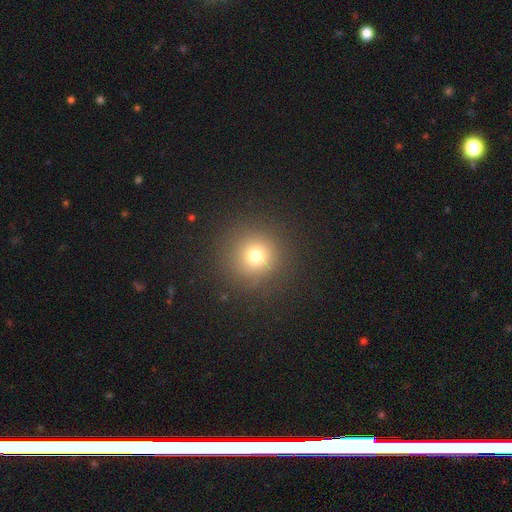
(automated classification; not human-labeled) smooth-or-featured: smooth: 74% | star or artifact: 18% | featured or disk: 9%
  how-rounded: round: 94% | in between: 5% | cigar-shaped: 1%
  merging: none: 88% | minor disturbance: 7% | major disturbance: 4% | merger: 1%